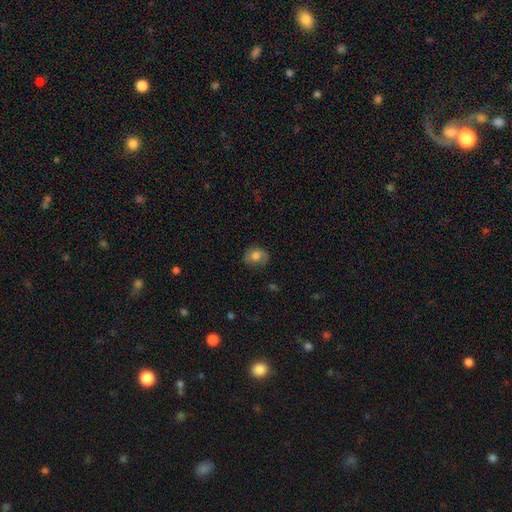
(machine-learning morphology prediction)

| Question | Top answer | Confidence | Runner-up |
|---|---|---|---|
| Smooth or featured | smooth | 73% | featured or disk (19%) |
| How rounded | round | 57% | in between (42%) |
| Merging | none | 76% | minor disturbance (18%) |